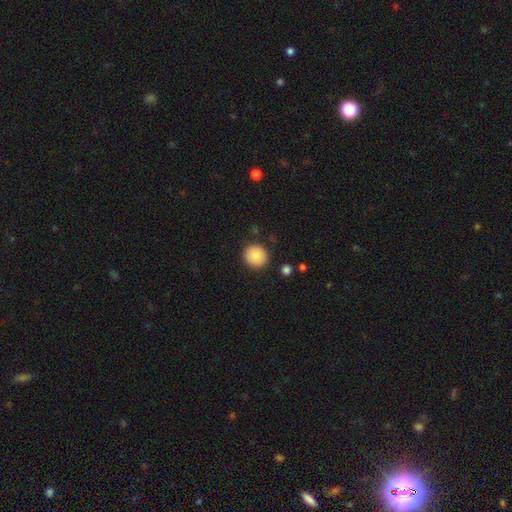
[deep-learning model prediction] This is clearly a smooth galaxy (85%). How rounded: clearly round (87%). Merging: clearly none (89%).